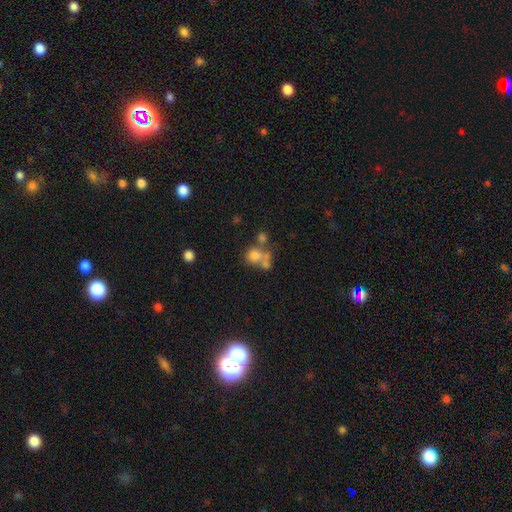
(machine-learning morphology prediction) Smooth or featured? Predicted: smooth (p=0.67). How rounded? Predicted: round (p=0.75). Merging? Predicted: merger (p=0.45).